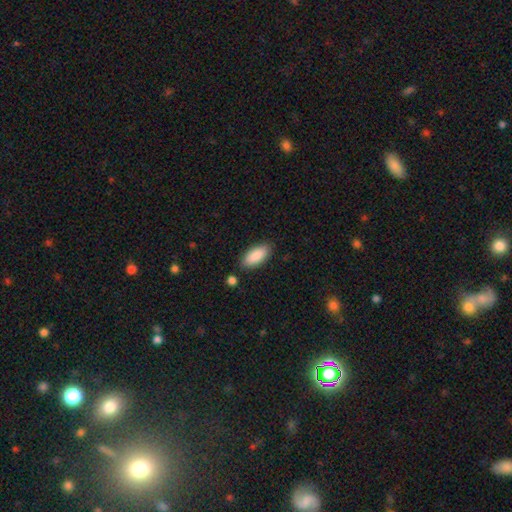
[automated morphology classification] smooth 89%, star or artifact 6%, featured or disk 5%. Down the decision tree: how rounded — in between (88%); merging — none (84%).